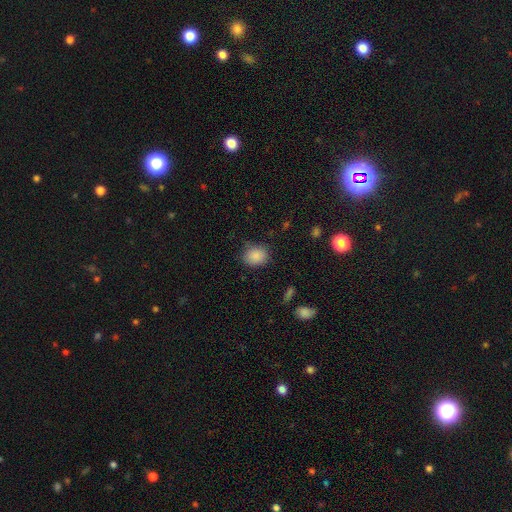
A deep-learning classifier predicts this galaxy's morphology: A smooth galaxy with no disk features (87%) that is round (56%).

Vote fractions:
- Smooth or featured? smooth: 87% / star or artifact: 9% / featured or disk: 4%
- How rounded? round: 56% / in between: 43% / cigar-shaped: 1%
- Merging? none: 77% / minor disturbance: 17% / major disturbance: 4% / merger: 1%